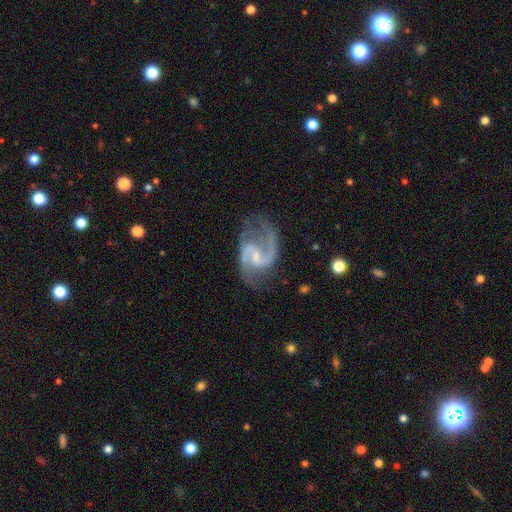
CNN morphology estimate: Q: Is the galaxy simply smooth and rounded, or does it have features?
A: featured or disk — 91%.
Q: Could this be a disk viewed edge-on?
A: no — 98%.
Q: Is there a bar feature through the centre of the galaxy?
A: weak — 59%.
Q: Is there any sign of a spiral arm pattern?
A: yes — 97%.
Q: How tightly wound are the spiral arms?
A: medium — 51%.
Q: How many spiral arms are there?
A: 2 — 90%.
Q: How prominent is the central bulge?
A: small — 47%.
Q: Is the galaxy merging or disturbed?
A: none — 63%.